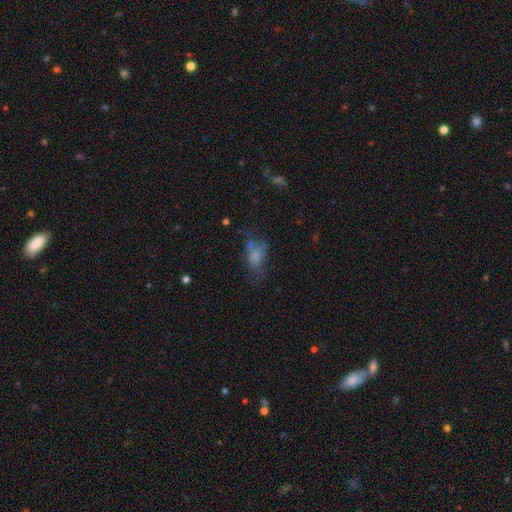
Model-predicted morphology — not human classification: Overall: smooth (62%; featured or disk 26%). How rounded: in between (80%). Merging: none (37%; major disturbance 27%).